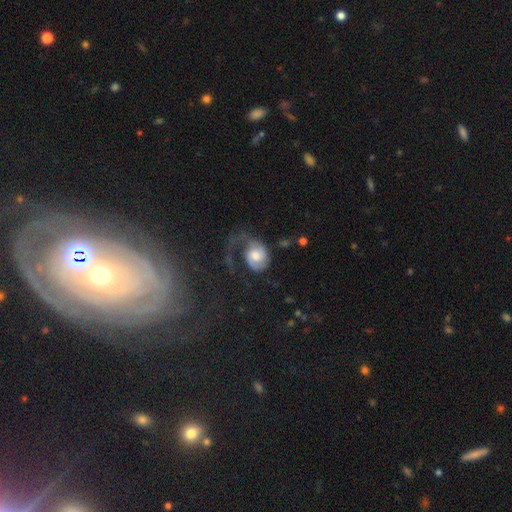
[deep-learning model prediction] This appears to be a featured or disk galaxy (57%) with no bar (70%), spiral arms (84%) and a moderate central bulge (55%). Merging: major disturbance (52%).